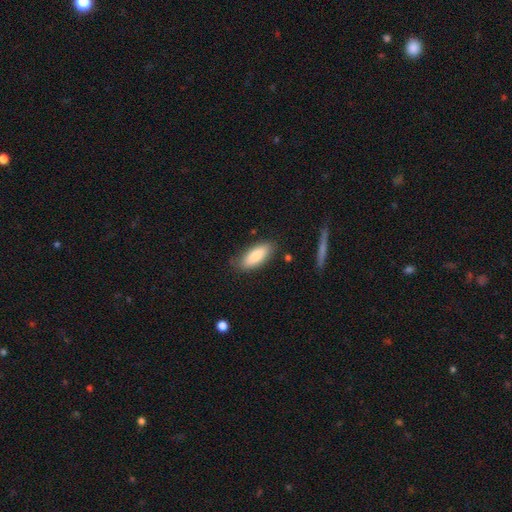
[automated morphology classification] This appears to be a smooth galaxy with no disk features (82%) that is in between round and cigar-shaped (77%). Merging: none (78%).